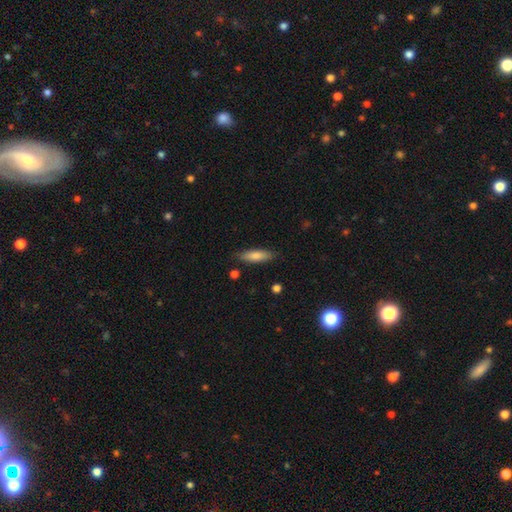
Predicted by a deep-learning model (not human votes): smooth 79%, featured or disk 15%, star or artifact 6%. Down the decision tree: how rounded — cigar-shaped (60%); merging — none (84%).